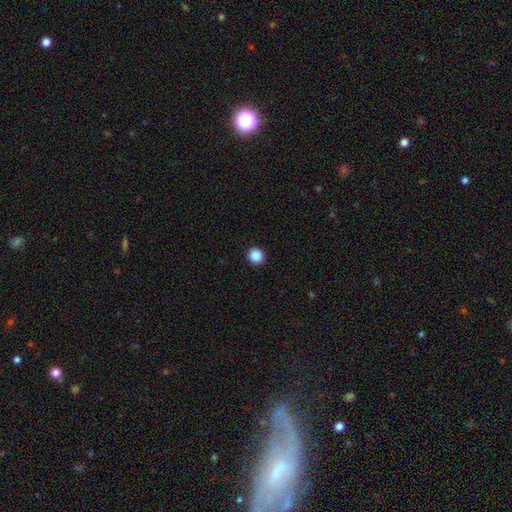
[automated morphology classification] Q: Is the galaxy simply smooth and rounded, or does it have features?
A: smooth — 88%.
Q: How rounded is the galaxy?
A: round — 94%.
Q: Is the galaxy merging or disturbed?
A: none — 93%.